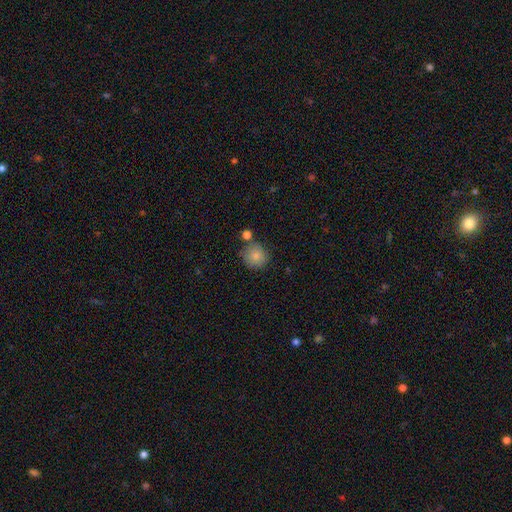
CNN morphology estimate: smooth-or-featured: smooth: 85% | star or artifact: 9% | featured or disk: 6%
  how-rounded: round: 91% | in between: 8% | cigar-shaped: 1%
  merging: none: 73% | minor disturbance: 12% | merger: 12% | major disturbance: 3%